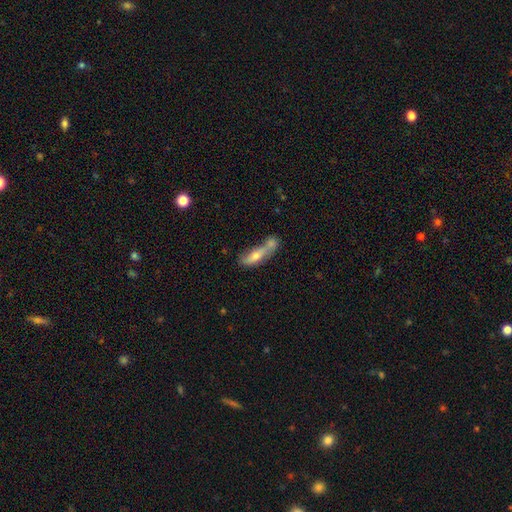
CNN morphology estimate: smooth_or_featured: smooth (p=0.57) [alt: featured or disk p=0.36]
how_rounded: cigar-shaped (p=0.54) [alt: in between p=0.42]
merging: merger (p=0.51) [alt: none p=0.26]